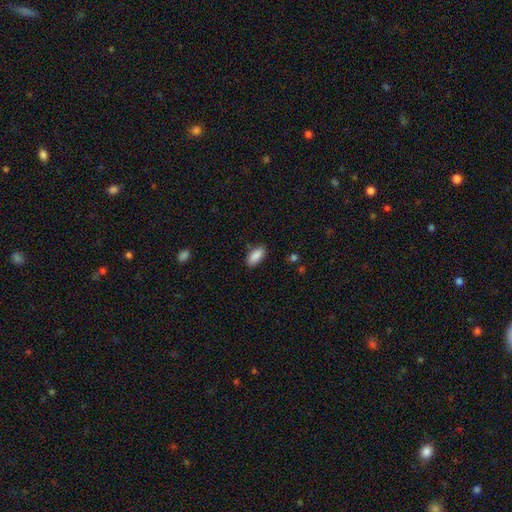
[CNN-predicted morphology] Smooth or featured? smooth (89%)
How rounded? in between (87%)
Merging? none (85%)